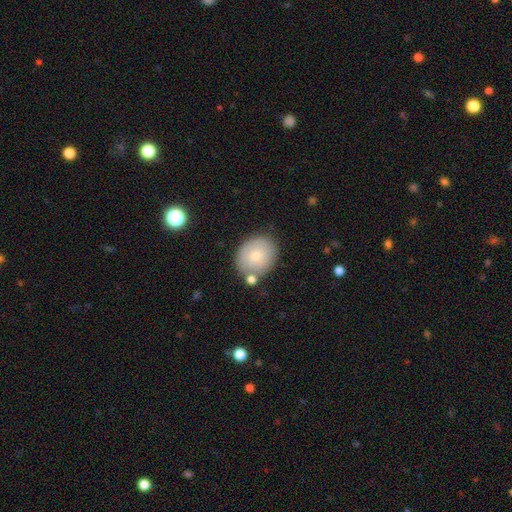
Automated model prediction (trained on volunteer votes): smooth 73%, featured or disk 19%, star or artifact 8%. Down the decision tree: how rounded — round (62%); merging — none (71%).